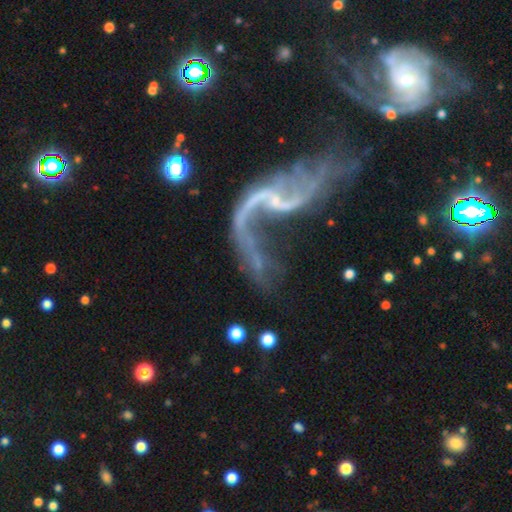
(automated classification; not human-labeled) Morphology: type=featured or disk (86%); edge-on=no (96%); bar=no (49%); spiral arms=yes (87%); winding=loose (93%); arm count=2 (81%); bulge=small (61%); merging=major disturbance (35%).